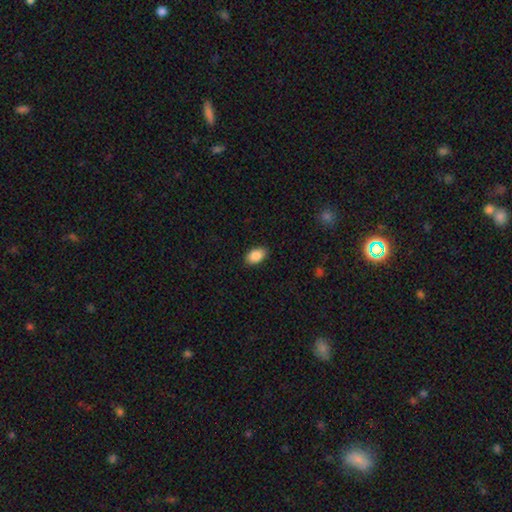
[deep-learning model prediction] smooth-or-featured: smooth: 88% | star or artifact: 7% | featured or disk: 4%
  how-rounded: in between: 91% | round: 8% | cigar-shaped: 1%
  merging: none: 88% | minor disturbance: 9% | major disturbance: 2% | merger: 1%